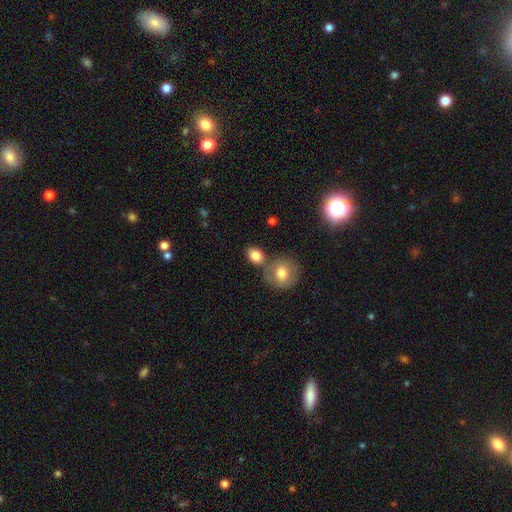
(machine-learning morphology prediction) A smooth galaxy with no disk features (82%) that is in between round and cigar-shaped (54%).

Vote fractions:
- Smooth or featured? smooth: 82% / featured or disk: 9% / star or artifact: 9%
- How rounded? in between: 54% / round: 44% / cigar-shaped: 1%
- Merging? none: 59% / merger: 25% / minor disturbance: 13% / major disturbance: 4%